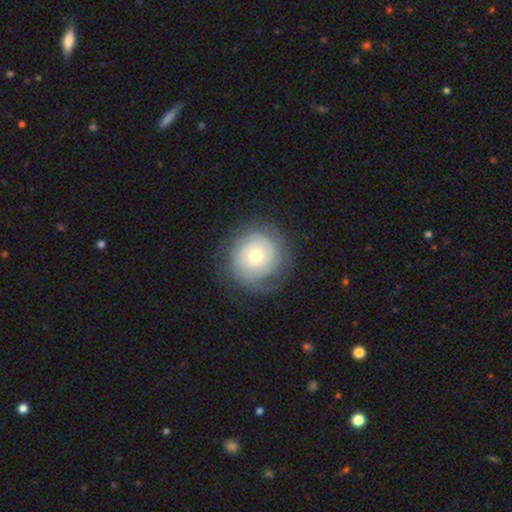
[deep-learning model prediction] The model was most divided on "bulge size": small: 50%, moderate: 43%, large: 5%, dominant: 1%, none: 1%. More confident: edge-on disk — no (97%); bar — no (83%); spiral arms — yes (82%); merging — none (75%); smooth or featured — featured or disk (59%).